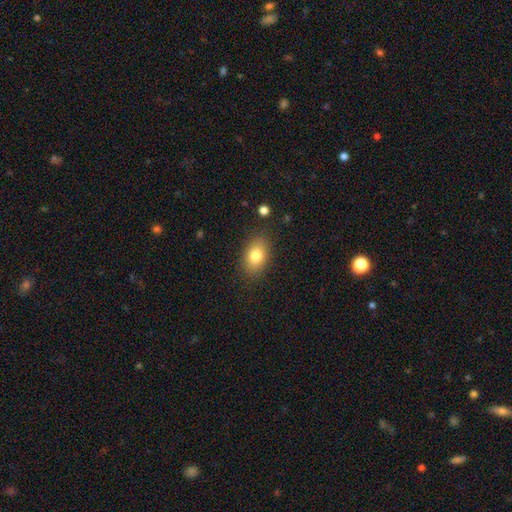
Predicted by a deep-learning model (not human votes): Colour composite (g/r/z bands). It shows a smooth galaxy with no disk features (81%) that is in between round and cigar-shaped (84%). Merging: none (85%).